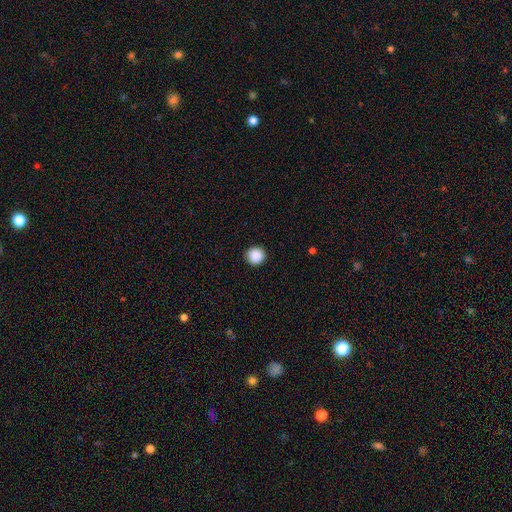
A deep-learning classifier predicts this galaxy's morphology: Smooth or featured? smooth (89%)
How rounded? round (95%)
Merging? none (92%)